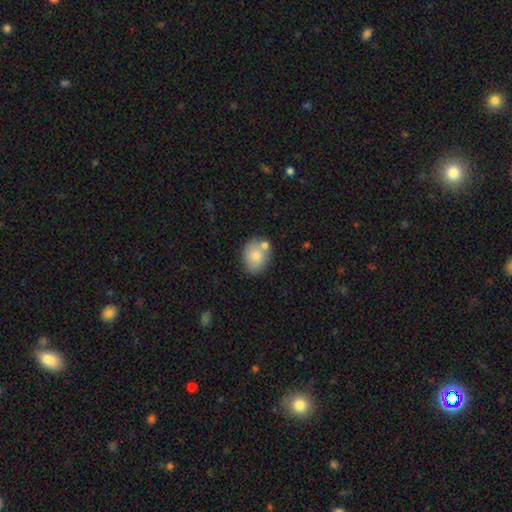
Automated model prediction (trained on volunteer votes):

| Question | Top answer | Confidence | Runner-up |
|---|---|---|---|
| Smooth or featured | smooth | 75% | featured or disk (17%) |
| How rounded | in between | 54% | round (45%) |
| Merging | none | 64% | merger (18%) |